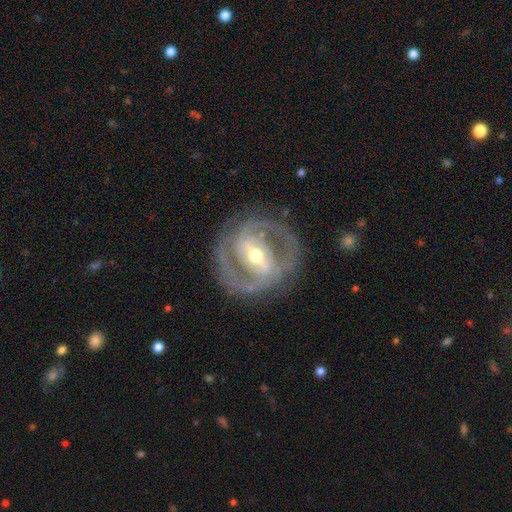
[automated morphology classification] type=featured or disk (89%); edge-on=no (96%); bar=strong (58%); spiral arms=yes (94%); winding=tight (47%); arm count=2 (82%); bulge=moderate (63%); merging=none (80%).